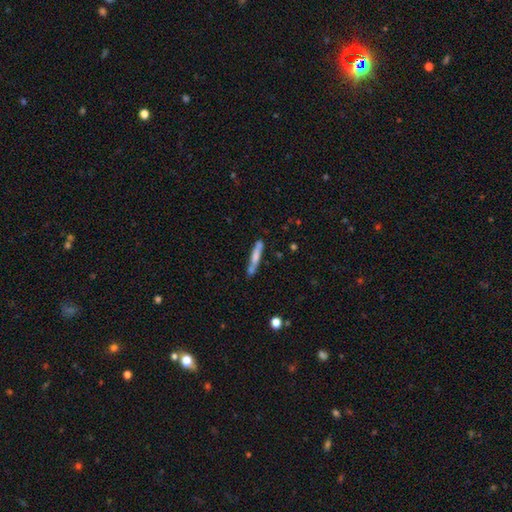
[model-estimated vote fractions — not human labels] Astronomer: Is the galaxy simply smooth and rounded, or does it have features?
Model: smooth — 62%.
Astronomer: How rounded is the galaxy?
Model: cigar-shaped — 92%.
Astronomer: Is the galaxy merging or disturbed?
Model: none — 68%.